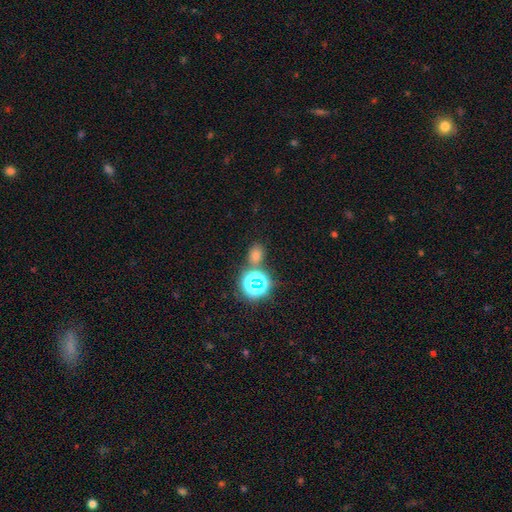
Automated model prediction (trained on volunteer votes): smooth_or_featured: smooth (p=0.55) [alt: star or artifact p=0.38]
how_rounded: round (p=0.59) [alt: in between p=0.39]
merging: none (p=0.73) [alt: merger p=0.13]